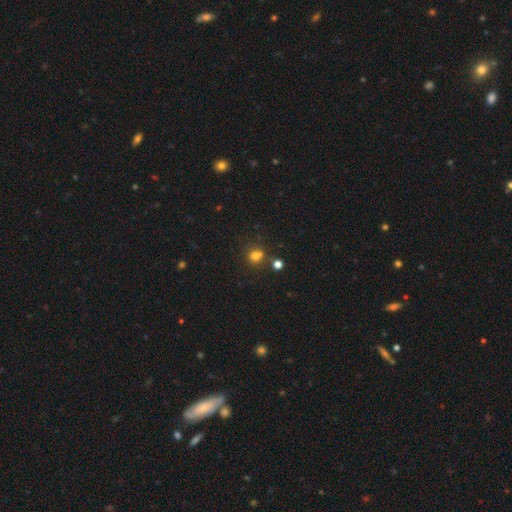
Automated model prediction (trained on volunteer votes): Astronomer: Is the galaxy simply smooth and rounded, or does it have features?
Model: smooth — 74%.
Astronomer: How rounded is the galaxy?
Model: round — 68%.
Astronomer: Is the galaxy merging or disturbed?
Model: none — 57%.